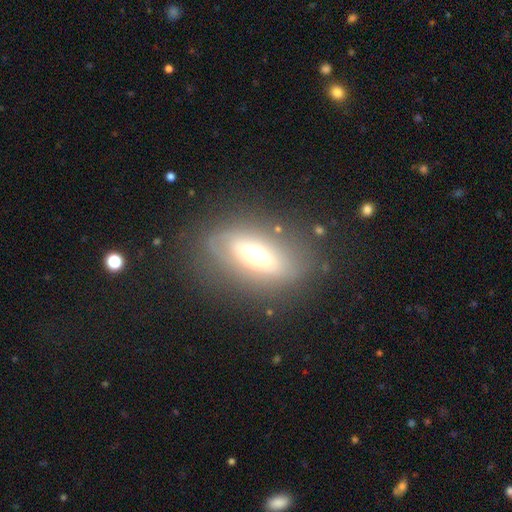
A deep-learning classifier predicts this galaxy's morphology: Q: Smooth or featured?
A: featured or disk (54%); runner-up: smooth (36%)
Q: Edge-on disk?
A: no (53%); runner-up: yes (47%)
Q: Merging?
A: none (77%); runner-up: minor disturbance (14%)